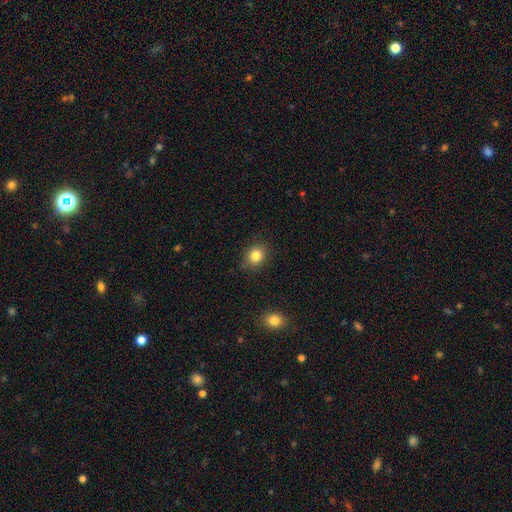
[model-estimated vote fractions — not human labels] This is clearly a smooth galaxy (83%). How rounded: likely round (70%). Merging: clearly none (85%).